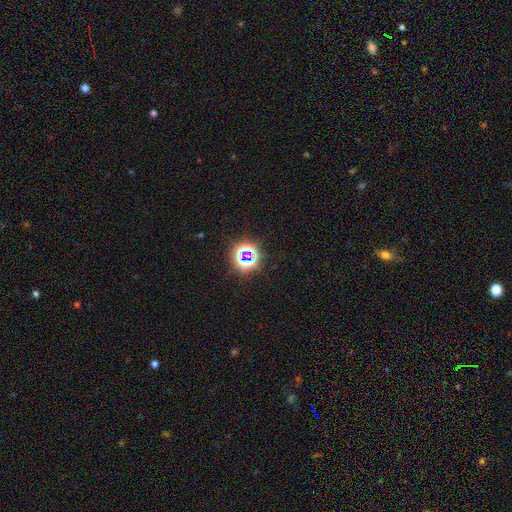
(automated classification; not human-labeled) Smooth or featured? star or artifact (75%)